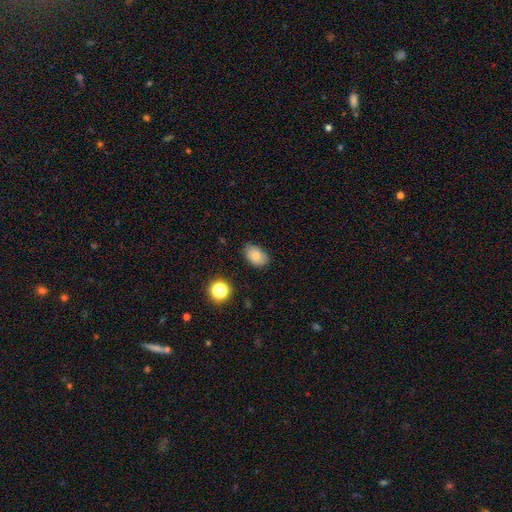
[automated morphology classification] type=smooth (76%); roundness=in between (83%); merging=none (79%).